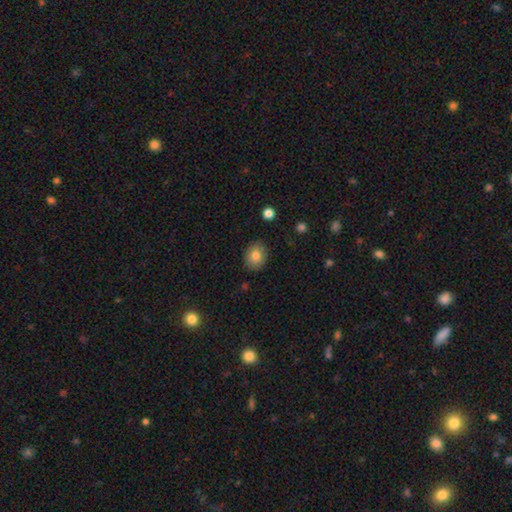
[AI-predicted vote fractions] Morphology: type=smooth (81%); roundness=in between (53%); merging=none (87%).